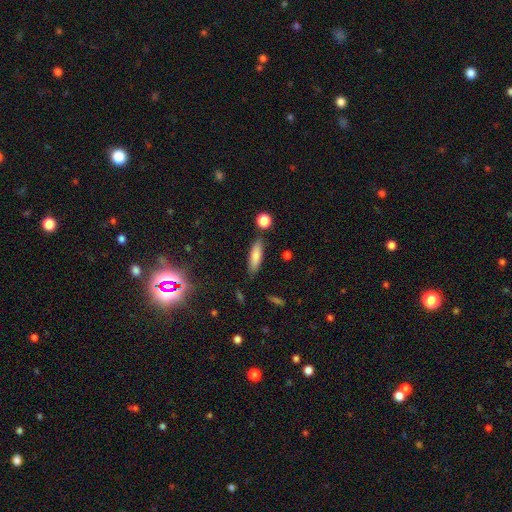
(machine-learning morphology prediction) smooth-or-featured: smooth: 77% | featured or disk: 15% | star or artifact: 8%
  how-rounded: cigar-shaped: 53% | in between: 45% | round: 2%
  merging: none: 82% | minor disturbance: 12% | merger: 4% | major disturbance: 3%